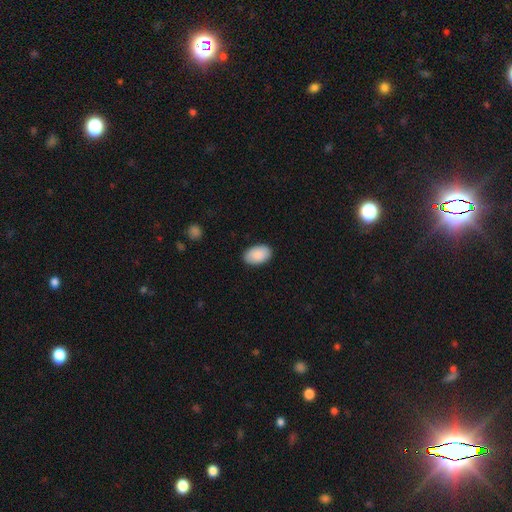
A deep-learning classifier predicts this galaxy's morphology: type=smooth (90%); roundness=in between (92%); merging=none (88%).